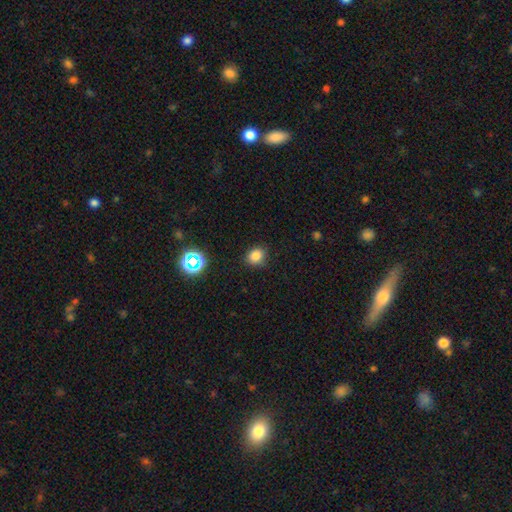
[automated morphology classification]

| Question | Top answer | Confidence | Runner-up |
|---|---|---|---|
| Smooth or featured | smooth | 80% | star or artifact (15%) |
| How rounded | round | 65% | in between (34%) |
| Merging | none | 85% | minor disturbance (11%) |